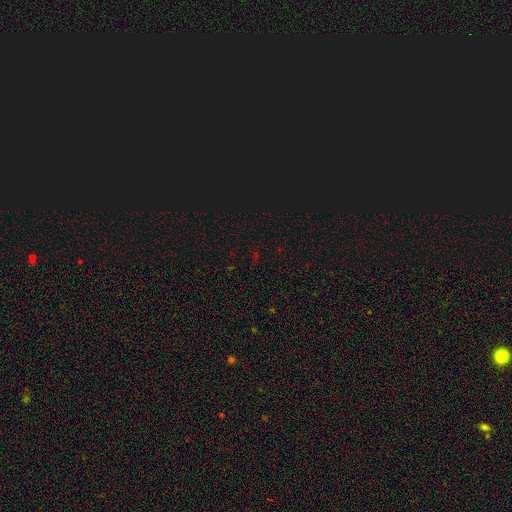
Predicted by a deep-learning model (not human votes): Overall: star or artifact (73%).